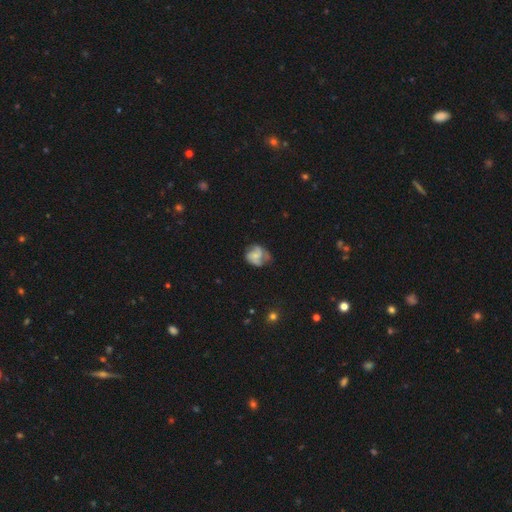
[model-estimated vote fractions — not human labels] Smooth or featured?
  - featured or disk: 54% *
  - smooth: 37%
  - star or artifact: 9%
Edge-on disk?
  - no: 98% *
  - yes: 2%
Bar?
  - no: 67% *
  - weak: 27%
  - strong: 6%
Spiral arms?
  - yes: 72% *
  - no: 28%
Bulge size?
  - small: 40% *
  - none: 37%
  - moderate: 18%
  - large: 3%
  - dominant: 2%
Merging?
  - none: 44% *
  - minor disturbance: 28%
  - major disturbance: 23%
  - merger: 4%